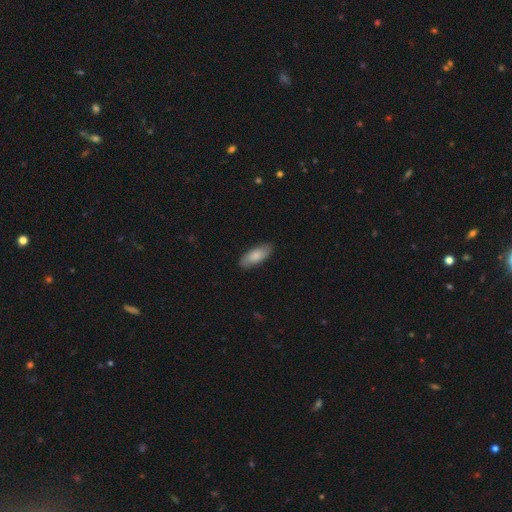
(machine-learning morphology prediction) smooth-or-featured: smooth: 77% | featured or disk: 17% | star or artifact: 6%
  how-rounded: in between: 81% | cigar-shaped: 17% | round: 2%
  merging: none: 85% | minor disturbance: 12% | major disturbance: 2% | merger: 1%